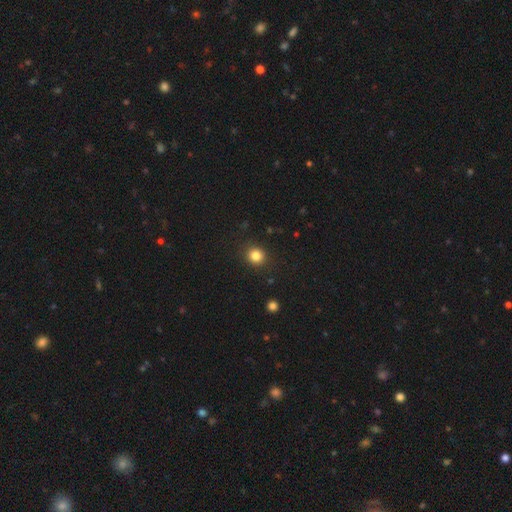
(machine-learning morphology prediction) type=smooth (83%); roundness=round (87%); merging=none (90%).